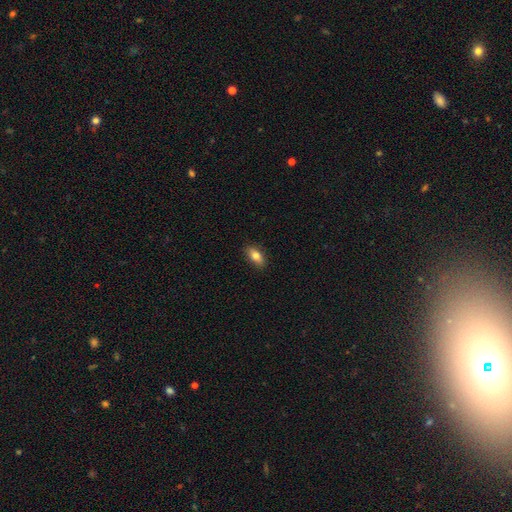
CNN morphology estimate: This appears to be a smooth galaxy with no disk features (77%) that is in between round and cigar-shaped (85%). Merging: none (87%).